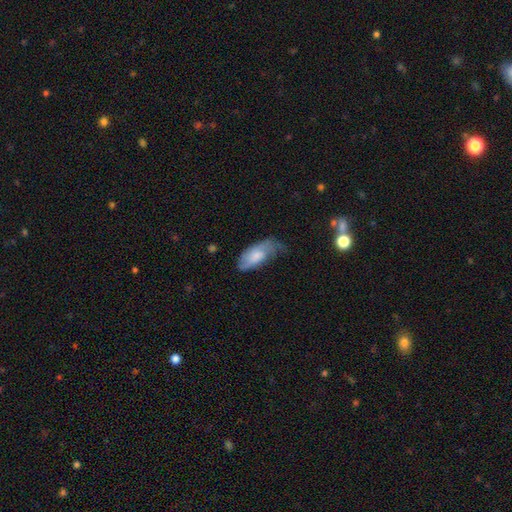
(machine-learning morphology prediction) smooth_or_featured: smooth (p=0.61) [alt: featured or disk p=0.33]
how_rounded: in between (p=0.87) [alt: cigar-shaped p=0.11]
merging: none (p=0.40) [tied with: minor disturbance p=0.40]